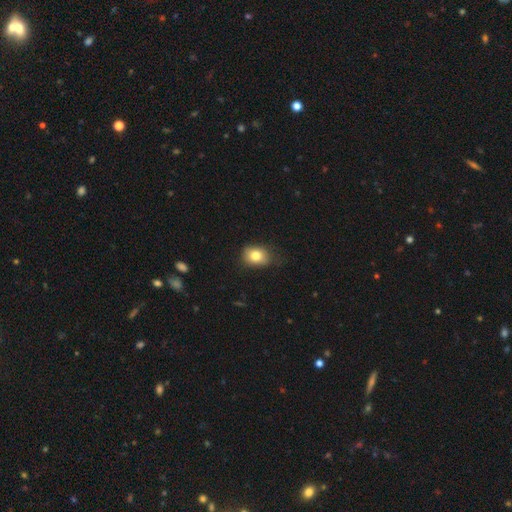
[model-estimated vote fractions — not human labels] This appears to be a smooth galaxy with no disk features (80%) that is in between round and cigar-shaped (58%). Merging: none (69%).